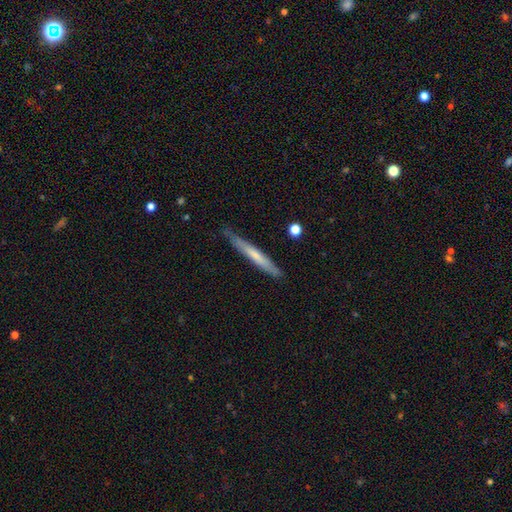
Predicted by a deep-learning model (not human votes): Overall: smooth (54%; featured or disk 41%). How rounded: cigar-shaped (96%). Merging: none (81%).